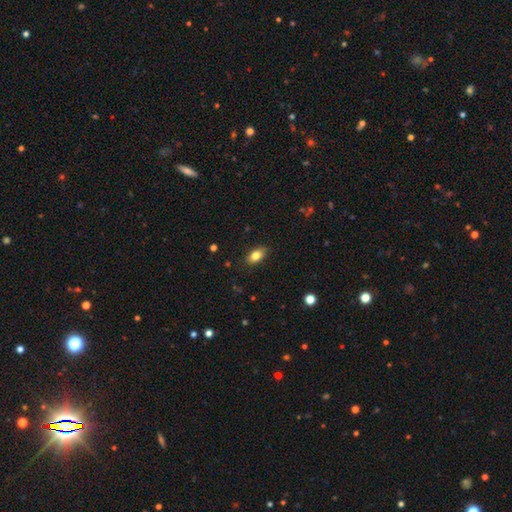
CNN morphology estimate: This appears to be a smooth galaxy with no disk features (82%) that is in between round and cigar-shaped (88%). Merging: none (86%).